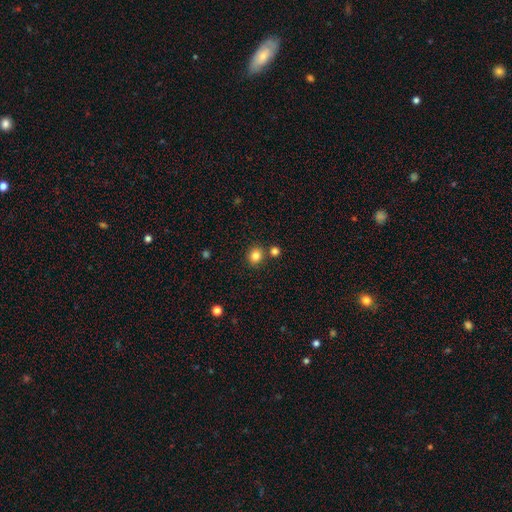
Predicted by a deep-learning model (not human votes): Smooth or featured: smooth — 84% (star or artifact — 11%)
How rounded: round — 78% (in between — 21%)
Merging: none — 79% (merger — 10%)